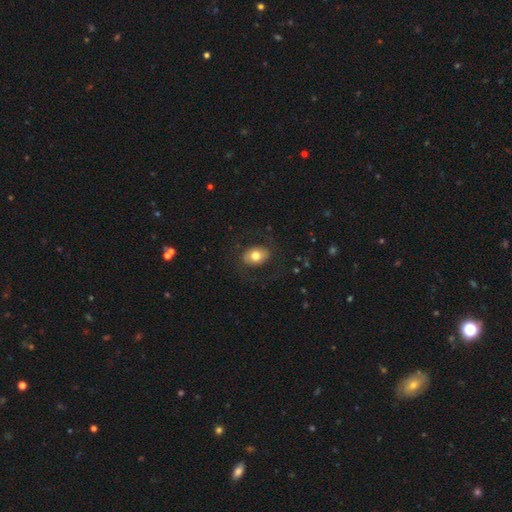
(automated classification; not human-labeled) A smooth galaxy with no disk features (72%) that is in between round and cigar-shaped (70%). Merging: none (80%).